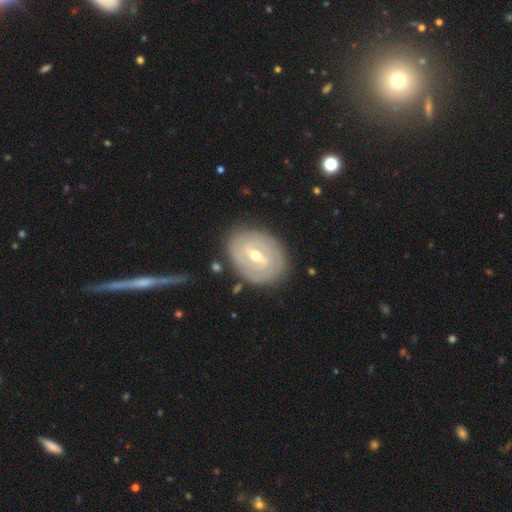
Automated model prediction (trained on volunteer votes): This appears to be a featured or disk galaxy (84%) with a weak bar (51%), 2 (46%) tight (79%) spiral arms (91%) and a moderate central bulge (52%). Merging: none (83%).